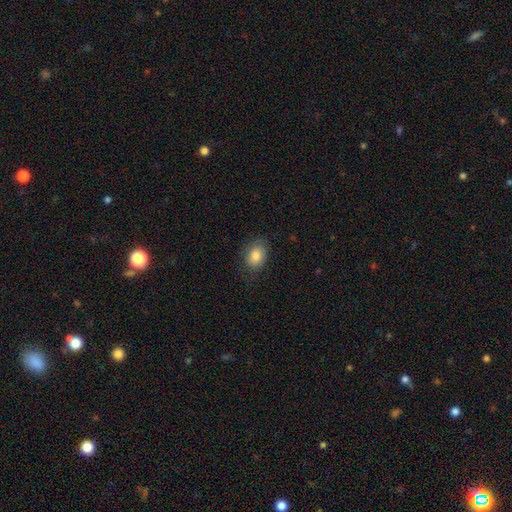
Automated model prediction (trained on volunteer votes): Smooth or featured? Predicted: smooth (p=0.84). How rounded? Predicted: in between (p=0.73). Merging? Predicted: none (p=0.77).